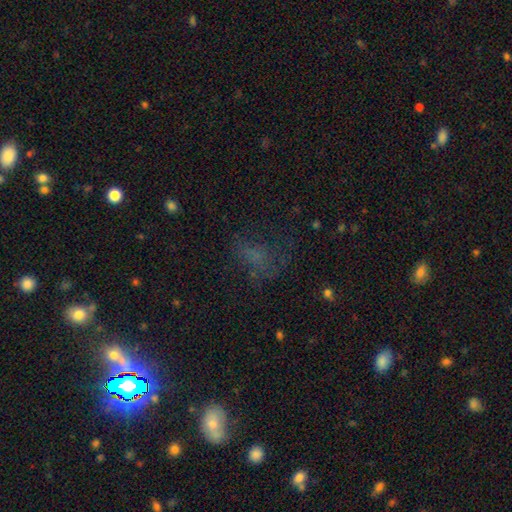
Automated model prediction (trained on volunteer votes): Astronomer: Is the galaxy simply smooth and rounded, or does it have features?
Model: smooth — 46% (runner-up: star or artifact, 31%).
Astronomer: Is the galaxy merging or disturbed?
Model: none — 43% (runner-up: major disturbance, 34%).